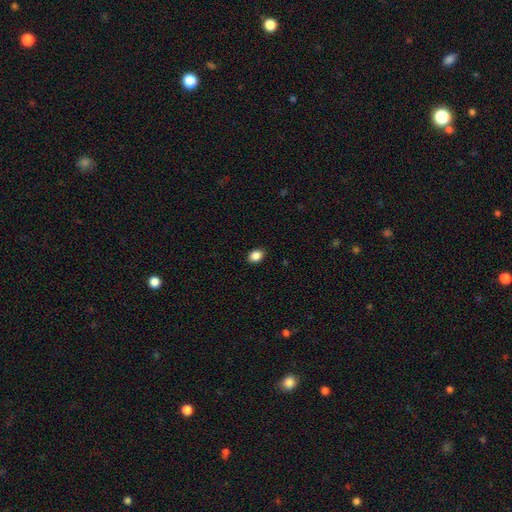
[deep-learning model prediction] smooth 87%, star or artifact 9%, featured or disk 4%. Down the decision tree: how rounded — in between (68%); merging — none (89%).